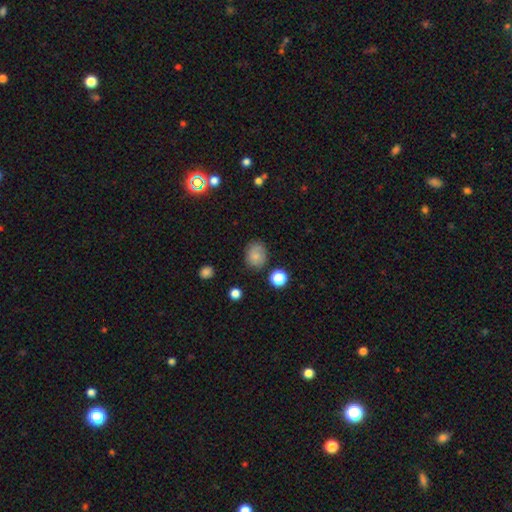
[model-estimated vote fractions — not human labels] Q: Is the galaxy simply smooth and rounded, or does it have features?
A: smooth — 80%.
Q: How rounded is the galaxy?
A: round — 64%.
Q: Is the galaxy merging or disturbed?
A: none — 77%.